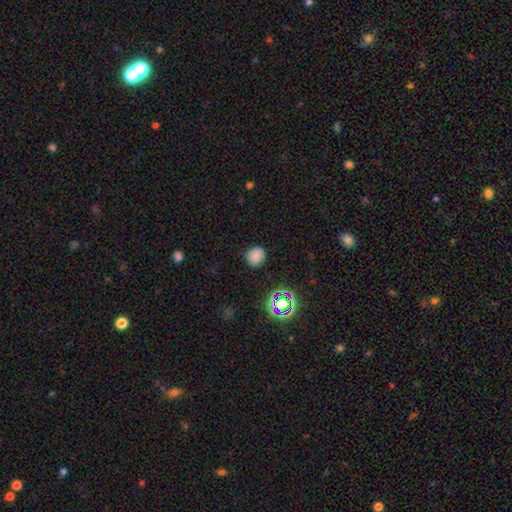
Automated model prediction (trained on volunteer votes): The model was most divided on "smooth or featured": smooth: 77%, star or artifact: 17%, featured or disk: 6%. More confident: merging — none (86%); how rounded — round (82%).